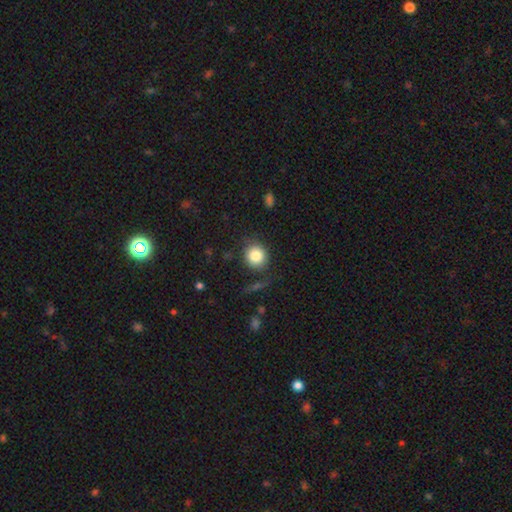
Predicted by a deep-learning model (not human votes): This is clearly a smooth galaxy (84%). How rounded: clearly round (87%). Merging: clearly none (80%).